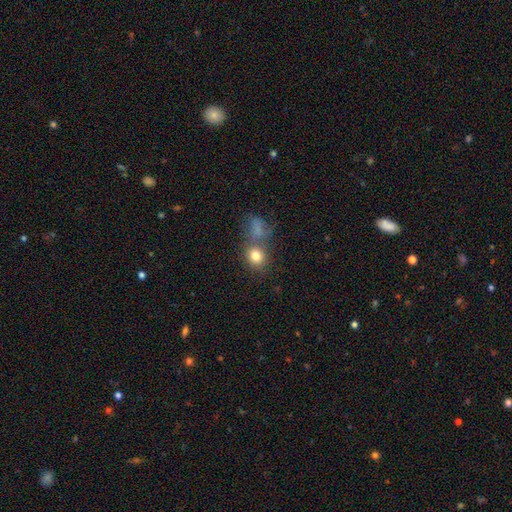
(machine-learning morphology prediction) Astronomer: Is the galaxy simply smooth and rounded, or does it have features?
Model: smooth — 80%.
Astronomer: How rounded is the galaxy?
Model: round — 71%.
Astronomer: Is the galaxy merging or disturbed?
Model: none — 53% (runner-up: merger, 32%).